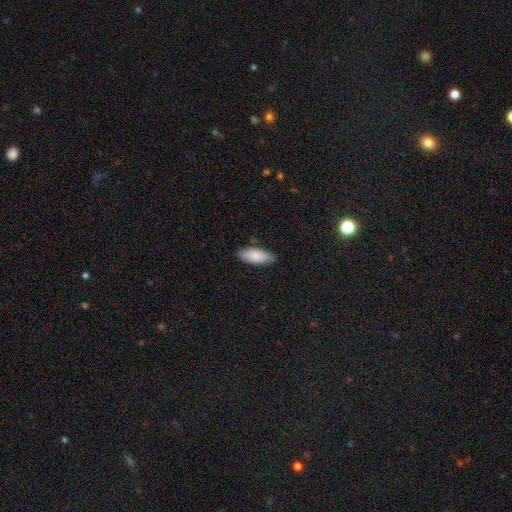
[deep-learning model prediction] Q: Smooth or featured?
A: smooth (85%); runner-up: featured or disk (10%)
Q: How rounded?
A: in between (81%); runner-up: cigar-shaped (18%)
Q: Merging?
A: none (84%); runner-up: minor disturbance (13%)